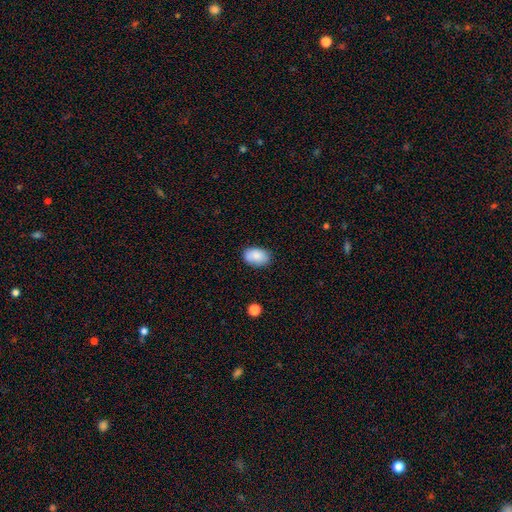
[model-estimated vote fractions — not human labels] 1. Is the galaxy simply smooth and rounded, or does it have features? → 86% smooth, 7% star or artifact, 7% featured or disk.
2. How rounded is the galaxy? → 88% in between, 10% round, 1% cigar-shaped.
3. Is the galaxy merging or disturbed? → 81% none, 15% minor disturbance, 3% major disturbance, 1% merger.